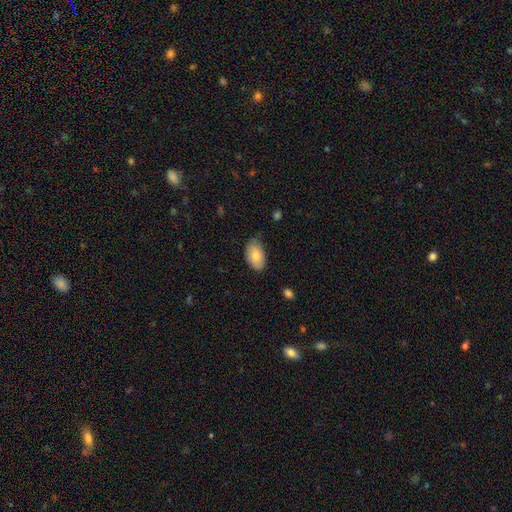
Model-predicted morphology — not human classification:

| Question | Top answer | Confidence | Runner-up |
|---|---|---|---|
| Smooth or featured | smooth | 81% | featured or disk (12%) |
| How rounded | in between | 93% | round (5%) |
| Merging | none | 69% | minor disturbance (26%) |